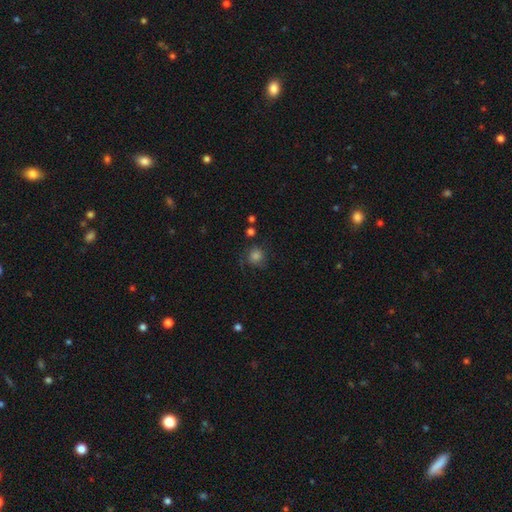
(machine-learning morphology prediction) type=smooth (68%); roundness=round (89%); merging=none (67%).